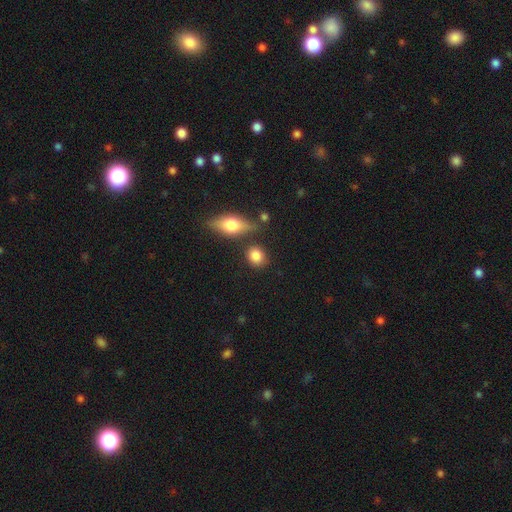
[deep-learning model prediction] A smooth galaxy with no disk features (83%) that is round (68%).

Vote fractions:
- Smooth or featured? smooth: 83% / featured or disk: 8% / star or artifact: 8%
- How rounded? round: 68% / in between: 29% / cigar-shaped: 3%
- Merging? none: 77% / minor disturbance: 11% / merger: 8% / major disturbance: 4%